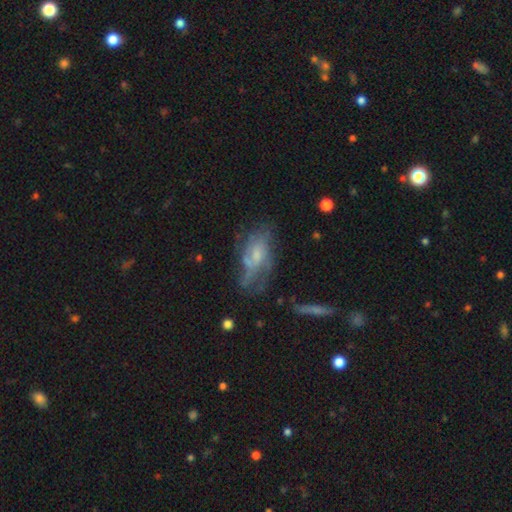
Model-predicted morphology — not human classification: A featured or disk galaxy (62%) with no bar (66%), spiral arms (69%) and a small central bulge (43%).

Vote fractions:
- Smooth or featured? featured or disk: 62% / smooth: 29% / star or artifact: 9%
- Edge-on disk? no: 91% / yes: 9%
- Bar? no: 66% / weak: 29% / strong: 5%
- Spiral arms? yes: 69% / no: 31%
- Bulge size? small: 43% / moderate: 36% / none: 15% / large: 5% / dominant: 1%
- Merging? none: 43% / minor disturbance: 26% / major disturbance: 25% / merger: 5%